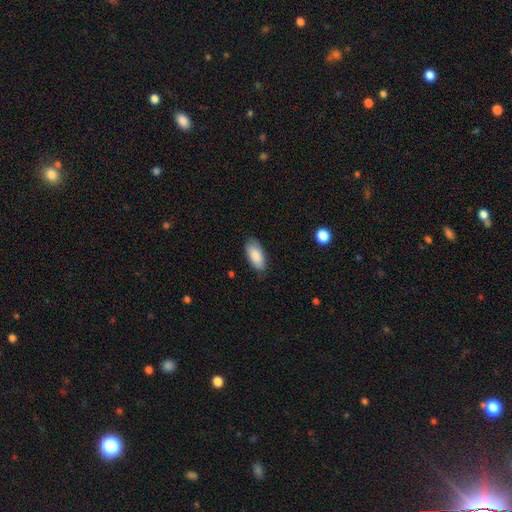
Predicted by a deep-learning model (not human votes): Smooth or featured: smooth — 86% (featured or disk — 8%)
How rounded: in between — 90% (cigar-shaped — 8%)
Merging: none — 80% (minor disturbance — 16%)